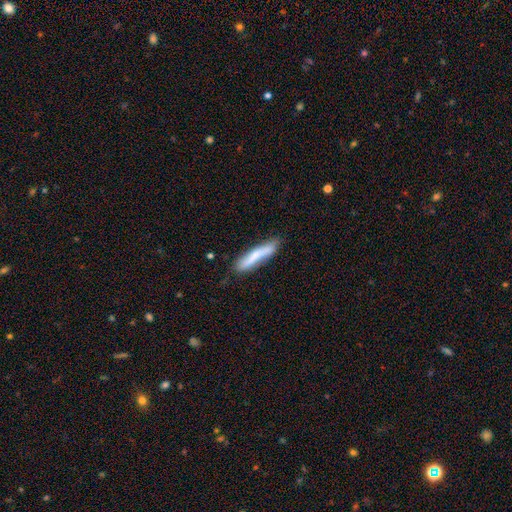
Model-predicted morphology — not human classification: Overall: smooth (71%). How rounded: cigar-shaped (89%). Merging: none (74%).